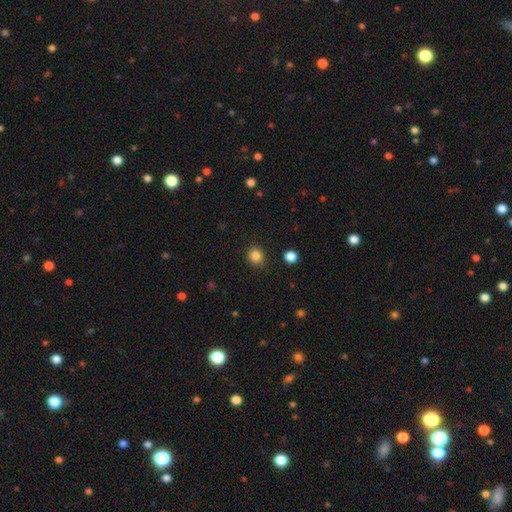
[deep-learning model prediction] This is clearly a smooth galaxy (85%). How rounded: clearly round (83%). Merging: clearly none (88%).